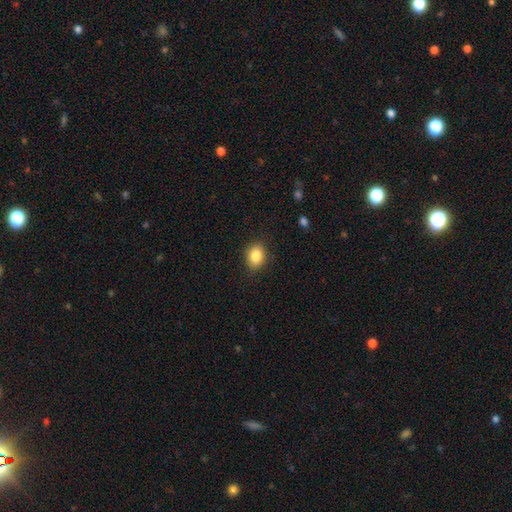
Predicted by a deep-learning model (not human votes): Morphology: type=smooth (86%); roundness=in between (57%); merging=none (87%).